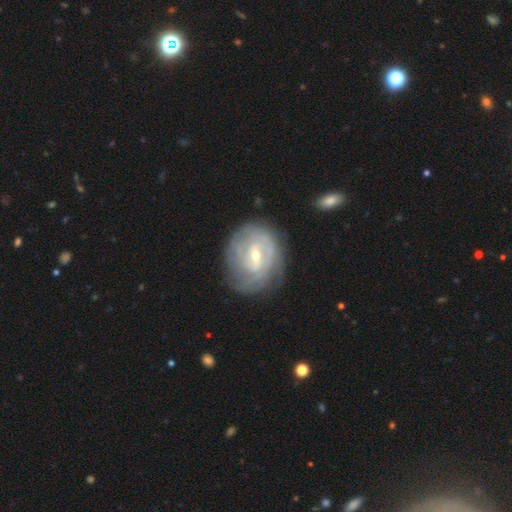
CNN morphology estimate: Q: Smooth or featured?
A: featured or disk (84%); runner-up: smooth (11%)
Q: Edge-on disk?
A: no (97%); runner-up: yes (3%)
Q: Bar?
A: weak (55%); runner-up: no (25%)
Q: Spiral arms?
A: yes (92%); runner-up: no (8%)
Q: Spiral winding?
A: tight (69%); runner-up: medium (25%)
Q: Spiral arm count?
A: can't tell (40%); runner-up: 2 (25%)
Q: Bulge size?
A: small (57%); runner-up: moderate (40%)
Q: Merging?
A: none (75%); runner-up: minor disturbance (17%)